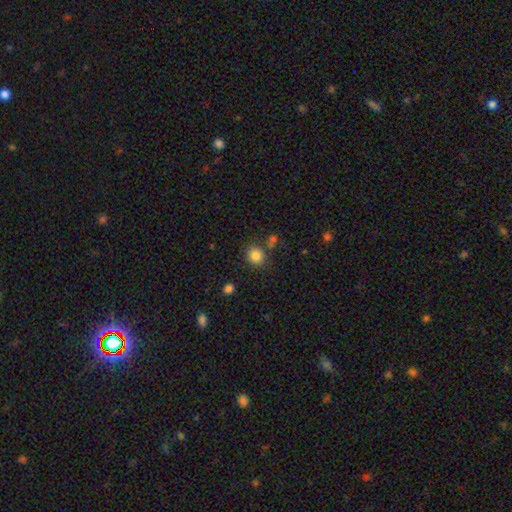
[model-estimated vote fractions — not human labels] smooth 84%, star or artifact 11%, featured or disk 5%. Down the decision tree: how rounded — round (80%); merging — none (78%).